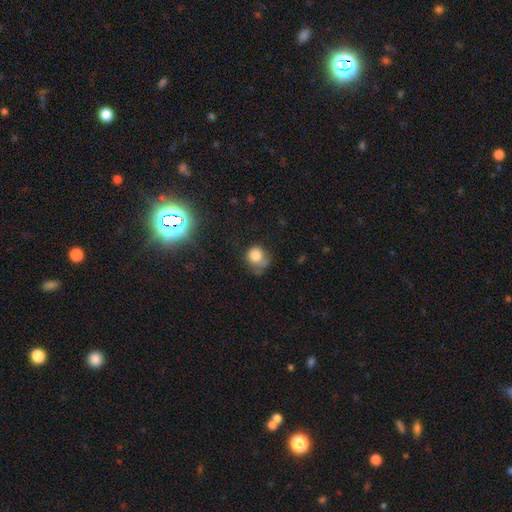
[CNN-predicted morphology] This is likely a smooth galaxy (79%). How rounded: likely round (80%). Merging: marginally none (43%).